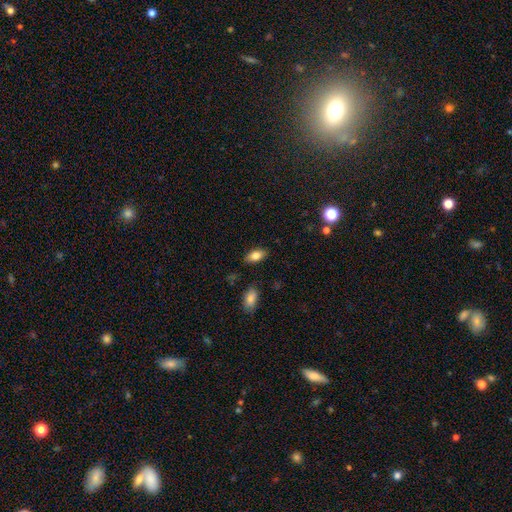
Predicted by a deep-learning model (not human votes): Q: Smooth or featured?
A: smooth (81%); runner-up: featured or disk (11%)
Q: How rounded?
A: in between (90%); runner-up: cigar-shaped (6%)
Q: Merging?
A: none (85%); runner-up: minor disturbance (10%)